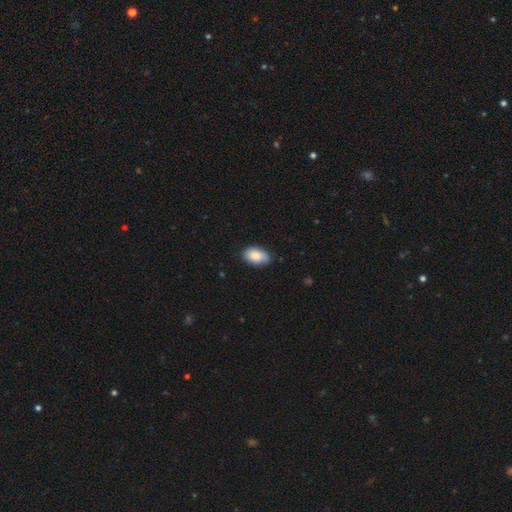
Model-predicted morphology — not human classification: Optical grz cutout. It shows a smooth galaxy with no disk features (86%) that is in between round and cigar-shaped (92%). Merging: none (79%).